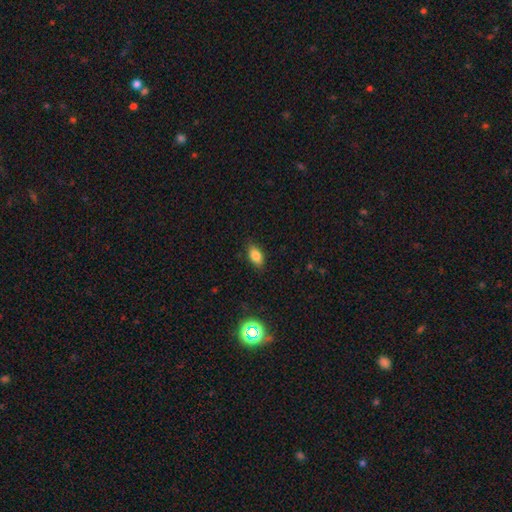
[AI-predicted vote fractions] smooth-or-featured: smooth: 81% | star or artifact: 10% | featured or disk: 9%
  how-rounded: in between: 87% | cigar-shaped: 7% | round: 6%
  merging: none: 86% | minor disturbance: 10% | major disturbance: 2% | merger: 1%